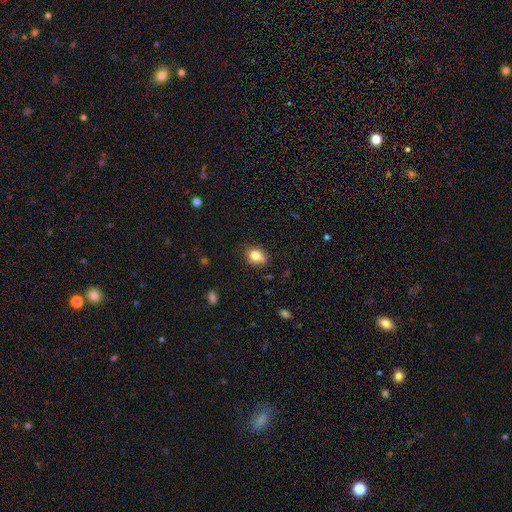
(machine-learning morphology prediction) Smooth or featured?
  - smooth: 80% *
  - star or artifact: 10%
  - featured or disk: 10%
How rounded?
  - in between: 58% *
  - round: 41%
  - cigar-shaped: 1%
Merging?
  - none: 74% *
  - minor disturbance: 20%
  - major disturbance: 4%
  - merger: 2%